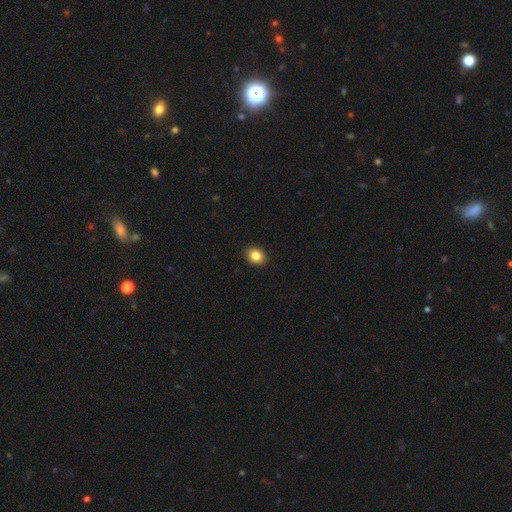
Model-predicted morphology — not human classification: A smooth galaxy with no disk features (85%) that is in between round and cigar-shaped (50%).

Vote fractions:
- Smooth or featured? smooth: 85% / star or artifact: 10% / featured or disk: 6%
- How rounded? in between: 50% / round: 49% / cigar-shaped: 1%
- Merging? none: 90% / minor disturbance: 7% / major disturbance: 2% / merger: 1%